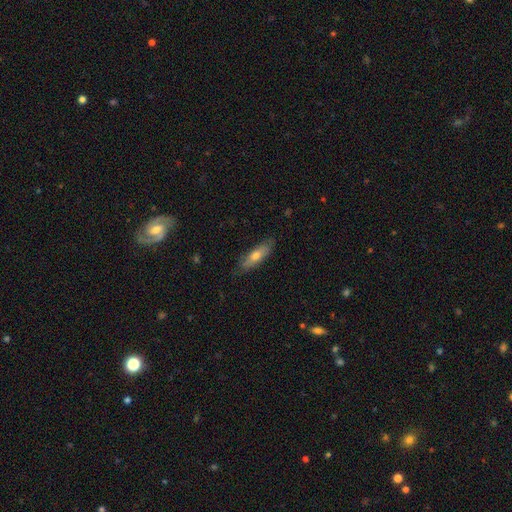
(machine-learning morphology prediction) type=smooth (58%); roundness=cigar-shaped (59%); merging=none (81%).